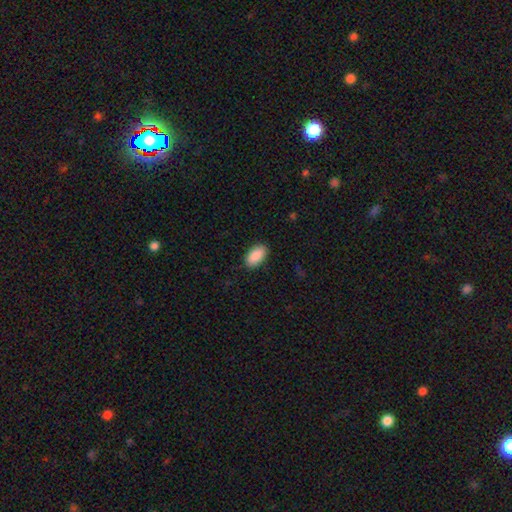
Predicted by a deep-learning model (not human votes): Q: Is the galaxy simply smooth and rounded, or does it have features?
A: smooth — 90%.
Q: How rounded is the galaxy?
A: in between — 94%.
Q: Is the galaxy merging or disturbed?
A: none — 88%.